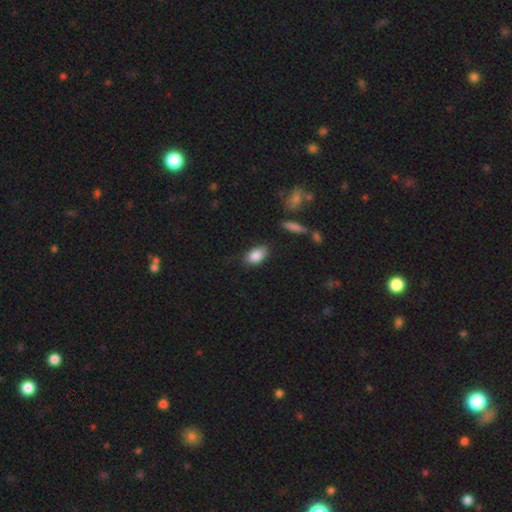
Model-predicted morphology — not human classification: A smooth galaxy with no disk features (86%) that is in between round and cigar-shaped (89%). Merging: none (78%).